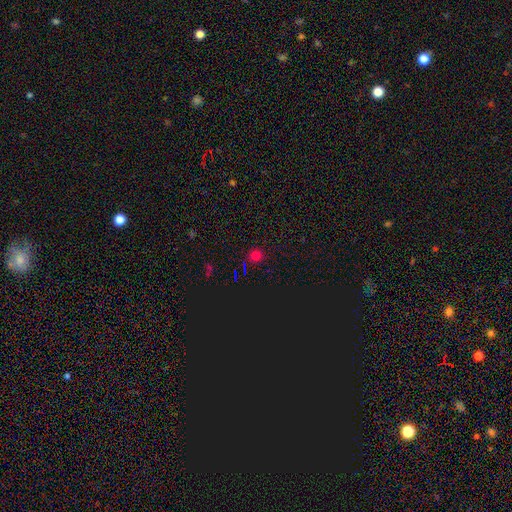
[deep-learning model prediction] Q: Smooth or featured?
A: smooth (66%); runner-up: star or artifact (30%)
Q: How rounded?
A: round (91%); runner-up: in between (8%)
Q: Merging?
A: none (88%); runner-up: minor disturbance (8%)